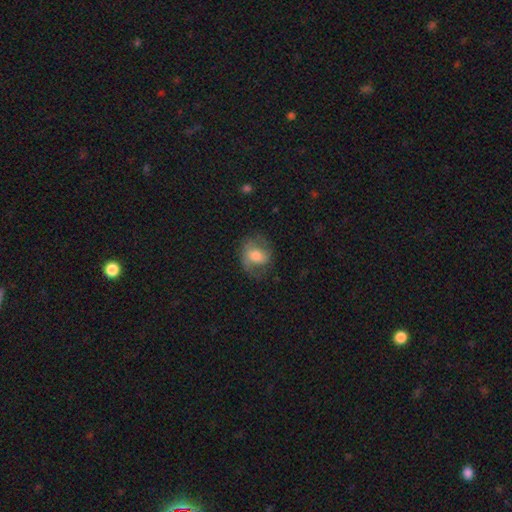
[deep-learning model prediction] smooth 48%, featured or disk 44%, star or artifact 8%. Down the decision tree: merging — none (57%).